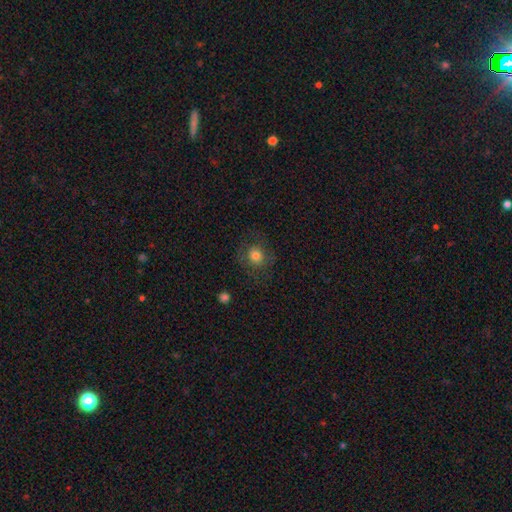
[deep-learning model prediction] Smooth or featured: smooth — 74% (featured or disk — 15%)
How rounded: round — 86% (in between — 13%)
Merging: none — 75% (minor disturbance — 14%)